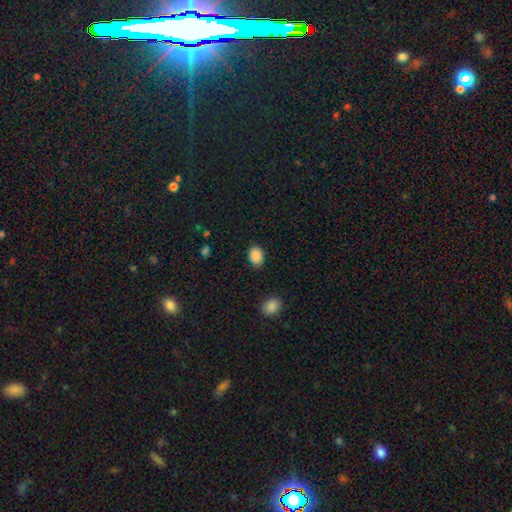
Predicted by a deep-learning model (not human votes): Q: Smooth or featured?
A: smooth (86%); runner-up: star or artifact (9%)
Q: How rounded?
A: in between (63%); runner-up: round (36%)
Q: Merging?
A: none (80%); runner-up: minor disturbance (15%)